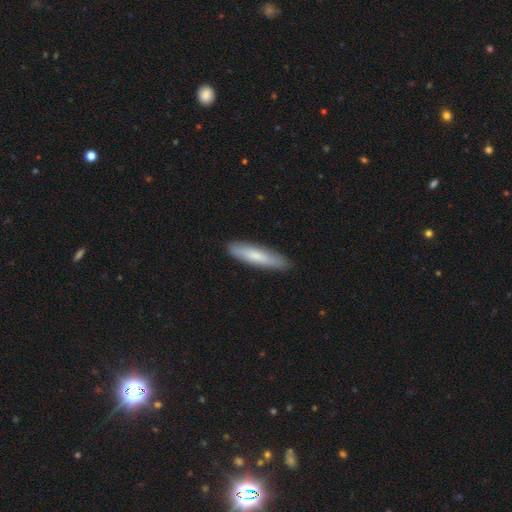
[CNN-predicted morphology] Smooth or featured?
  - smooth: 73% *
  - featured or disk: 22%
  - star or artifact: 5%
How rounded?
  - cigar-shaped: 82% *
  - in between: 17%
  - round: 1%
Merging?
  - none: 87% *
  - minor disturbance: 10%
  - major disturbance: 2%
  - merger: 1%